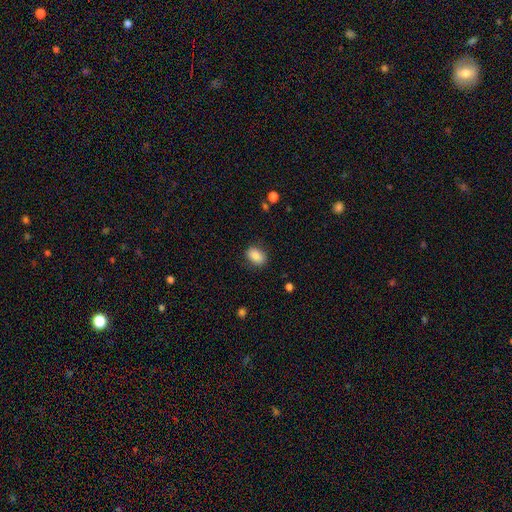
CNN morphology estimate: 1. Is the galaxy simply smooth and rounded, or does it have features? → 87% smooth, 8% star or artifact, 5% featured or disk.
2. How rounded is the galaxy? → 81% in between, 17% round, 1% cigar-shaped.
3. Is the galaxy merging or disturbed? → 84% none, 12% minor disturbance, 3% major disturbance, 1% merger.